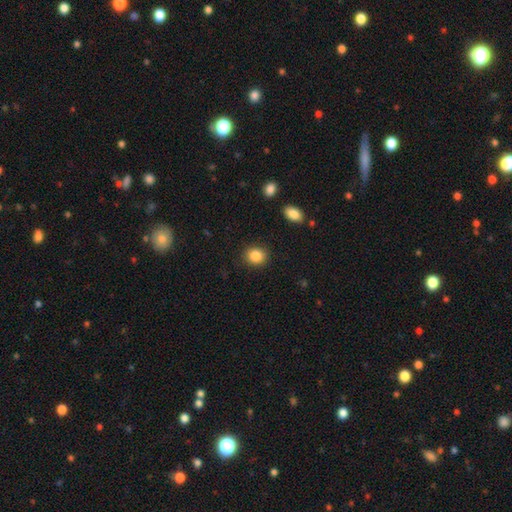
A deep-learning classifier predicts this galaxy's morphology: A smooth galaxy with no disk features (87%) that is round (71%). Merging: none (89%).